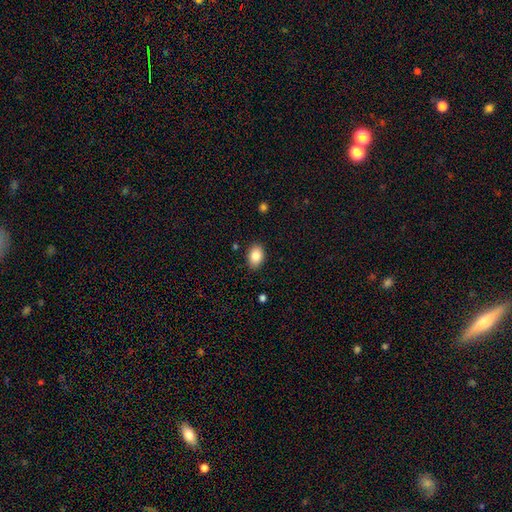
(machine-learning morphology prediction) smooth-or-featured: smooth: 85% | star or artifact: 8% | featured or disk: 7%
  how-rounded: in between: 84% | round: 15% | cigar-shaped: 1%
  merging: none: 87% | minor disturbance: 9% | major disturbance: 2% | merger: 1%